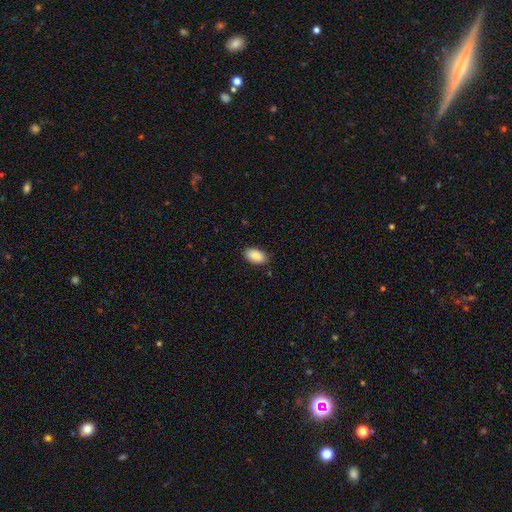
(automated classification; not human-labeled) smooth_or_featured: smooth (p=0.89) [alt: star or artifact p=0.07]
how_rounded: in between (p=0.94) [alt: round p=0.04]
merging: none (p=0.85) [alt: minor disturbance p=0.12]